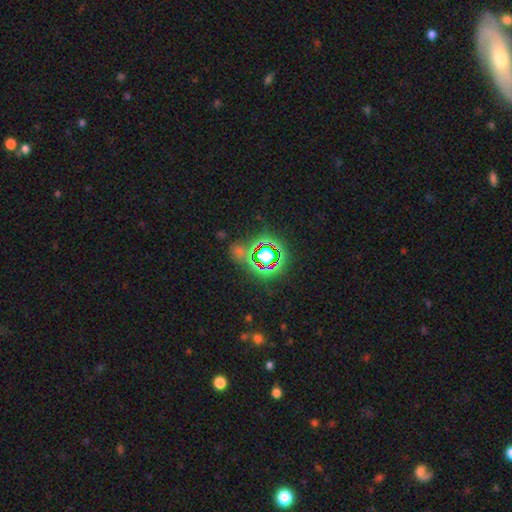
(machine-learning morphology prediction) smooth_or_featured: star or artifact (p=0.72) [alt: smooth p=0.18]